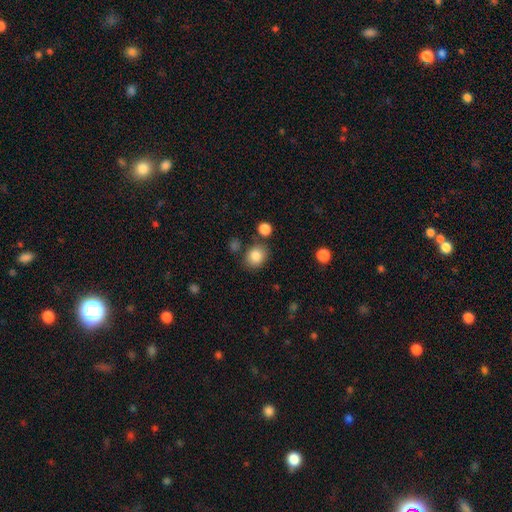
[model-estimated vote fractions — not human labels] A smooth galaxy with no disk features (84%) that is round (66%).

Vote fractions:
- Smooth or featured? smooth: 84% / star or artifact: 10% / featured or disk: 6%
- How rounded? round: 66% / in between: 33% / cigar-shaped: 1%
- Merging? none: 78% / minor disturbance: 11% / merger: 7% / major disturbance: 4%